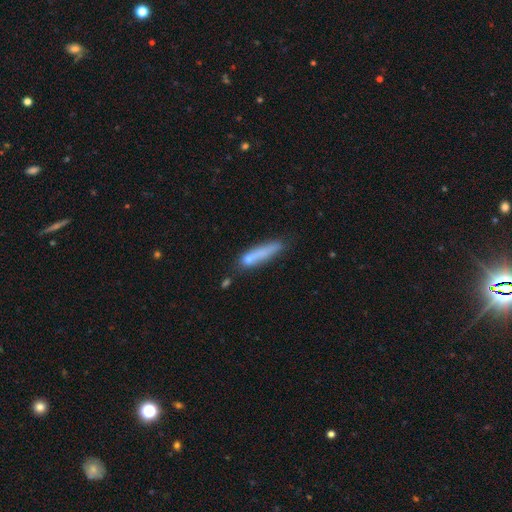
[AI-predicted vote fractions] The model was most divided on "merging": none: 60%, minor disturbance: 21%, merger: 11%, major disturbance: 8%. More confident: how rounded — cigar-shaped (87%); smooth or featured — smooth (69%).